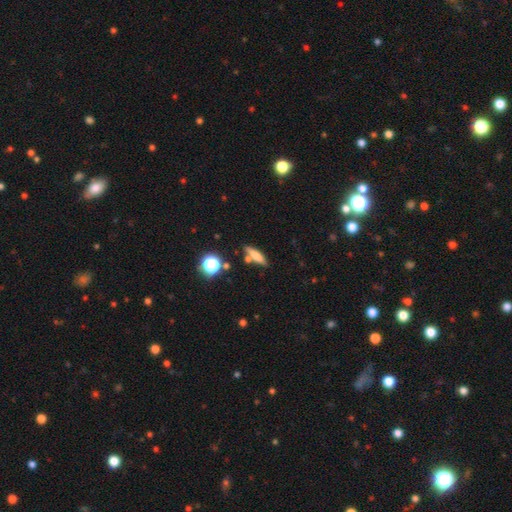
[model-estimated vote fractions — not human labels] This appears to be a smooth galaxy with no disk features (63%) that is cigar-shaped (65%). Merging: none (73%).